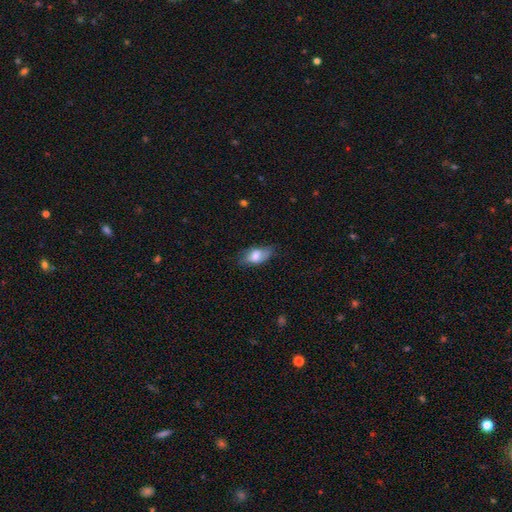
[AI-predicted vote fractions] Smooth or featured? Predicted: smooth (p=0.74). How rounded? Predicted: in between (p=0.88). Merging? Predicted: none (p=0.61).